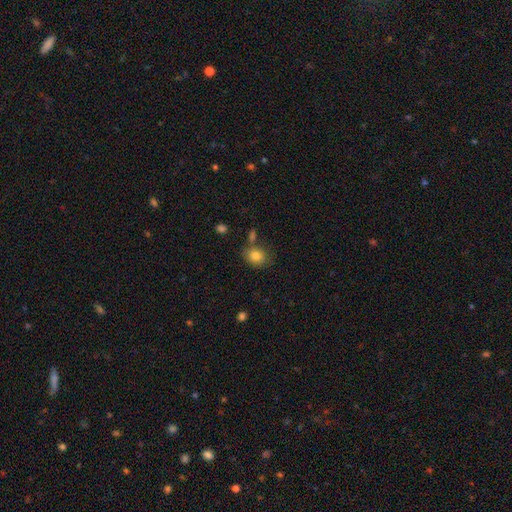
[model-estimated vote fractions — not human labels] smooth-or-featured: smooth: 83% | star or artifact: 10% | featured or disk: 7%
  how-rounded: round: 52% | in between: 47% | cigar-shaped: 1%
  merging: none: 70% | minor disturbance: 15% | merger: 10% | major disturbance: 5%